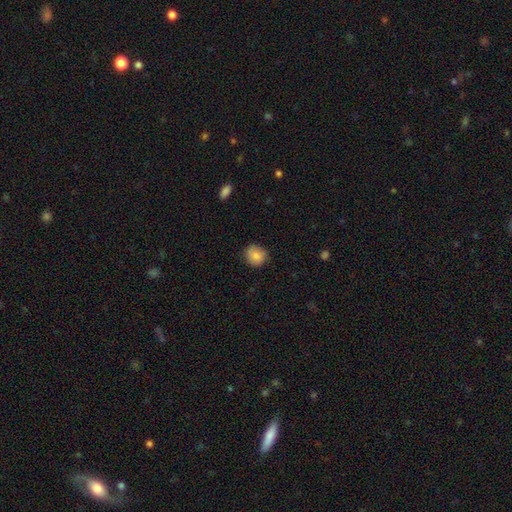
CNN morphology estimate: type=smooth (85%); roundness=round (84%); merging=none (85%).